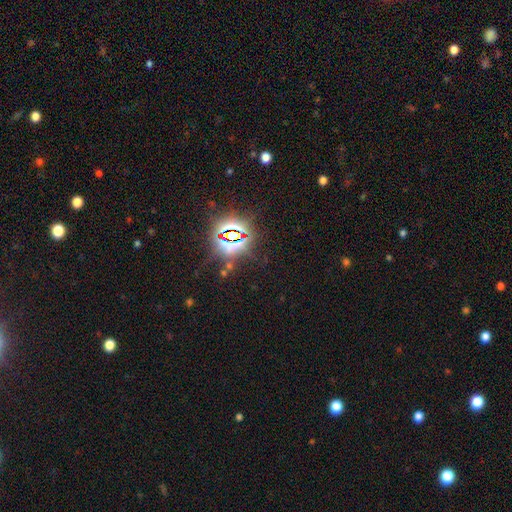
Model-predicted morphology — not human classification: Smooth or featured?
  - star or artifact: 83% *
  - smooth: 10%
  - featured or disk: 7%